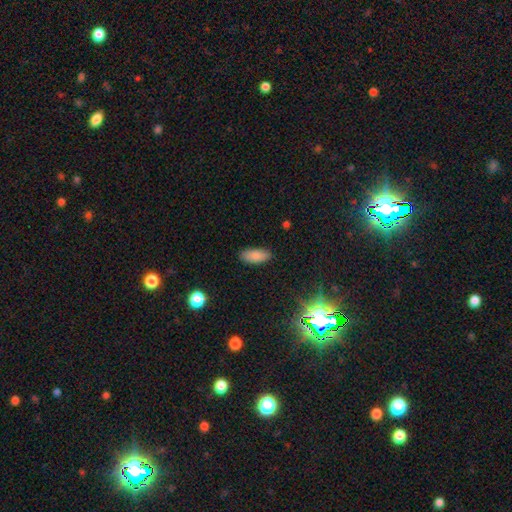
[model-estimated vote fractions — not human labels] Smooth or featured: smooth — 85% (star or artifact — 9%)
How rounded: in between — 84% (cigar-shaped — 14%)
Merging: none — 88% (minor disturbance — 9%)